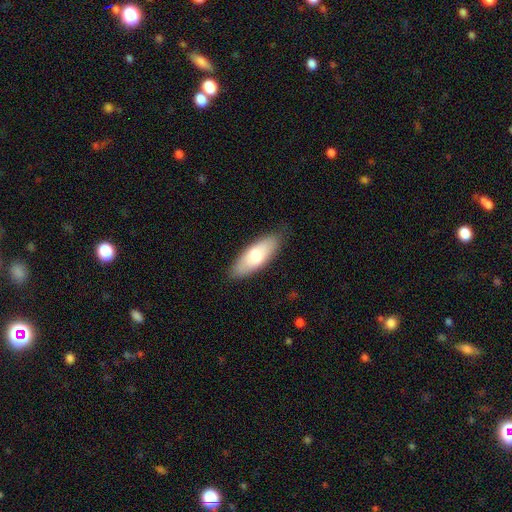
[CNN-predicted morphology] smooth 71%, featured or disk 23%, star or artifact 6%. Down the decision tree: how rounded — in between (72%); merging — none (85%).